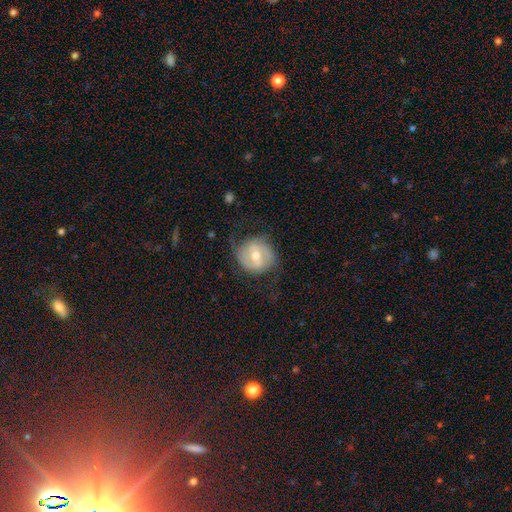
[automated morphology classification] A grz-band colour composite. It shows a featured or disk galaxy (65%) with a weak bar (50%), spiral arms (77%) and a moderate central bulge (69%). Merging: none (65%).